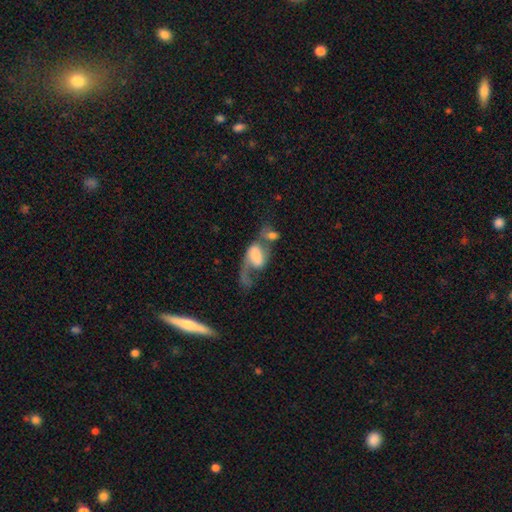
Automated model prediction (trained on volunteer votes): Overall: featured or disk (48%; smooth 43%). Merging: merger (44%; major disturbance 33%).